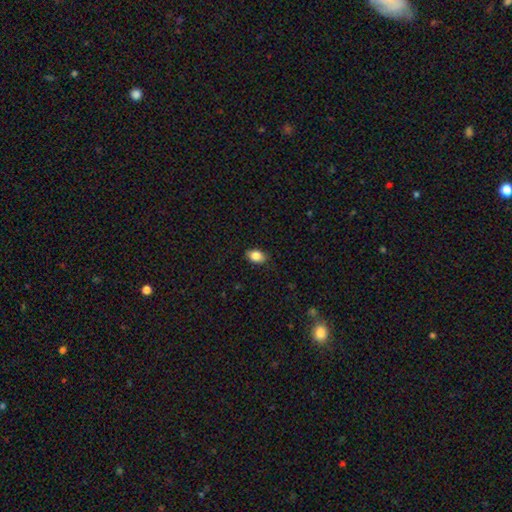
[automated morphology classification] Smooth or featured: smooth — 85% (star or artifact — 8%)
How rounded: in between — 82% (round — 17%)
Merging: none — 85% (minor disturbance — 11%)